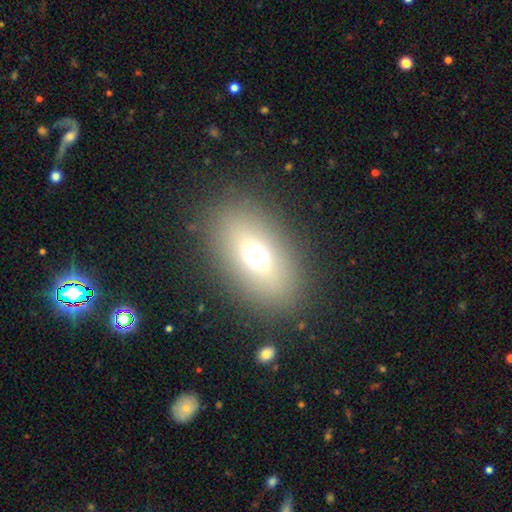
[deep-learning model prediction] Smooth or featured? smooth (64%)
How rounded? in between (82%)
Merging? none (84%)